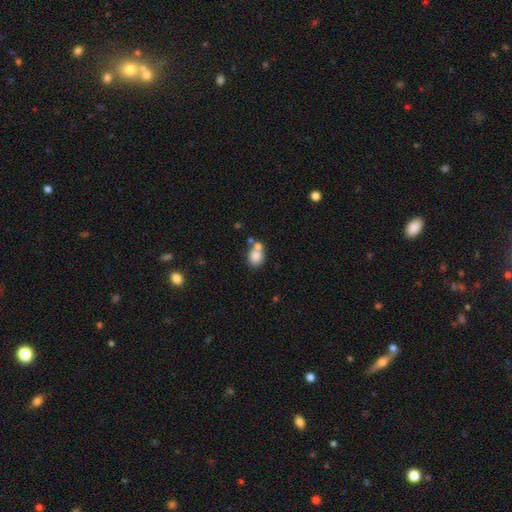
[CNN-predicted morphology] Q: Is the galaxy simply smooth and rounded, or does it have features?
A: smooth — 81%.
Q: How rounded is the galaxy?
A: round — 59%.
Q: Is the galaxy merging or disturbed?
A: none — 48%.